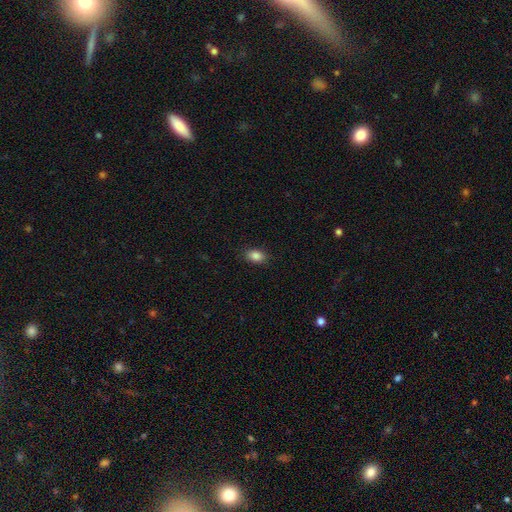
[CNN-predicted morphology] Smooth or featured? Predicted: smooth (p=0.87). How rounded? Predicted: in between (p=0.85). Merging? Predicted: none (p=0.87).